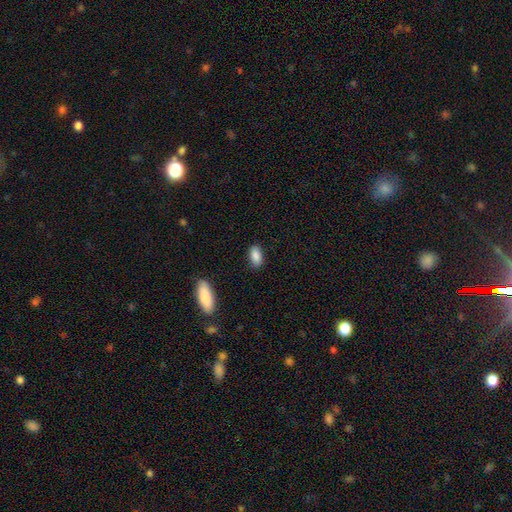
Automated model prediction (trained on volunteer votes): This is clearly a smooth galaxy (88%). How rounded: clearly in between (91%). Merging: clearly none (86%).